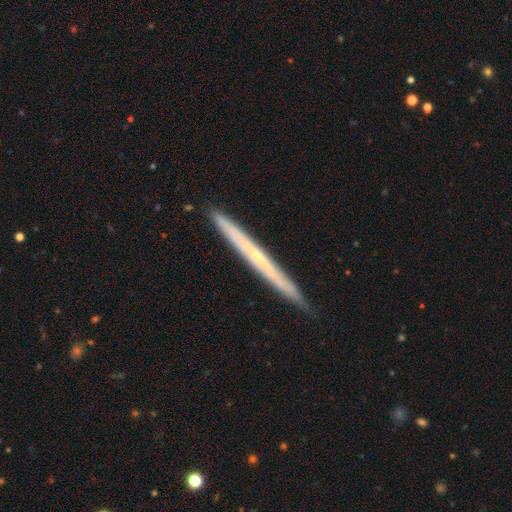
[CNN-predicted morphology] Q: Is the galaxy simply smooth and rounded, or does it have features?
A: featured or disk — 61%.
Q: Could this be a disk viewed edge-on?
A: yes — 96%.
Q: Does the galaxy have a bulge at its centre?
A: none — 70%.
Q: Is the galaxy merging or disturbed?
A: none — 91%.